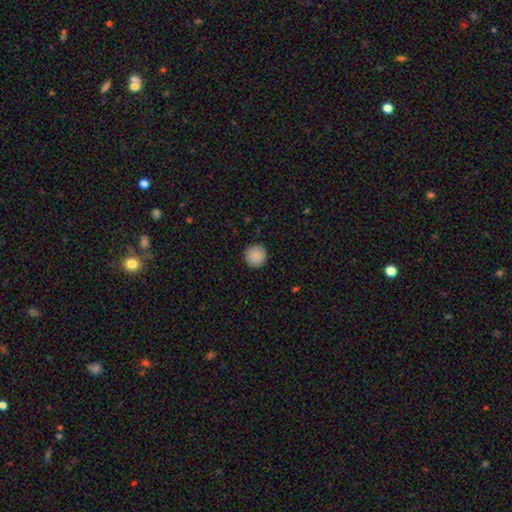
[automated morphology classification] Smooth or featured? Predicted: smooth (p=0.89). How rounded? Predicted: round (p=0.96). Merging? Predicted: none (p=0.92).